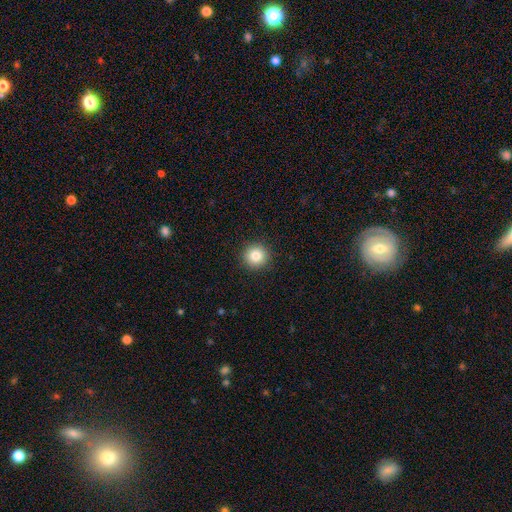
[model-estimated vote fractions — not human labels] Morphology: type=smooth (83%); roundness=round (94%); merging=none (92%).